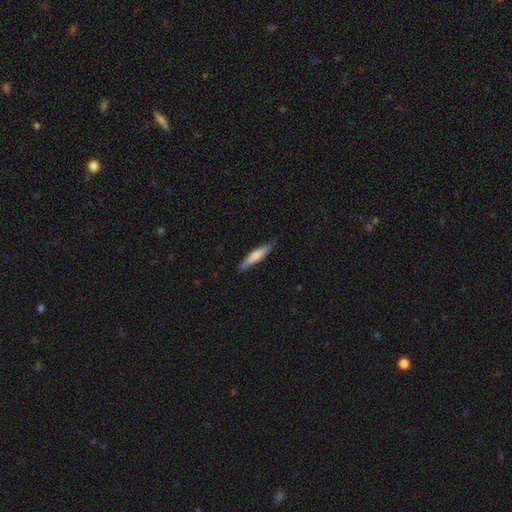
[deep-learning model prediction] Smooth or featured?
  - smooth: 70% *
  - featured or disk: 25%
  - star or artifact: 5%
How rounded?
  - cigar-shaped: 86% *
  - in between: 13%
  - round: 1%
Merging?
  - none: 80% *
  - minor disturbance: 17%
  - major disturbance: 2%
  - merger: 1%